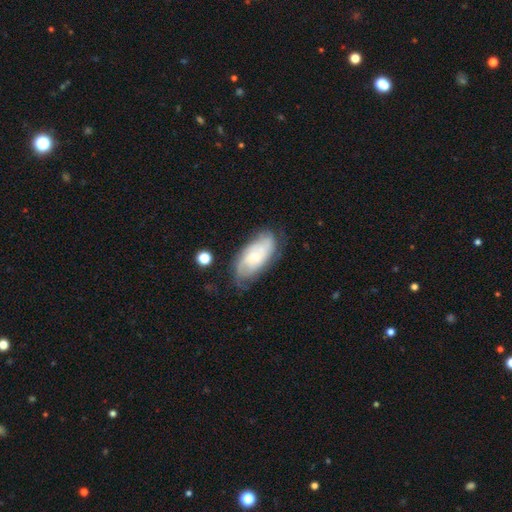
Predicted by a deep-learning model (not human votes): This is likely a featured or disk galaxy (61%). It is clearly not viewed edge-on (92%). Bar: likely no (74%). Spiral arm pattern: clearly yes (82%). Central bulge: likely small (65%). Merging: likely none (64%).